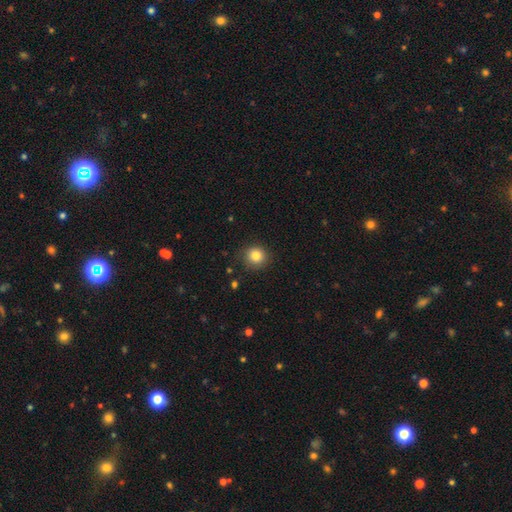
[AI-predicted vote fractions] The model was most divided on "smooth or featured": smooth: 83%, star or artifact: 11%, featured or disk: 6%. More confident: how rounded — round (91%); merging — none (88%).